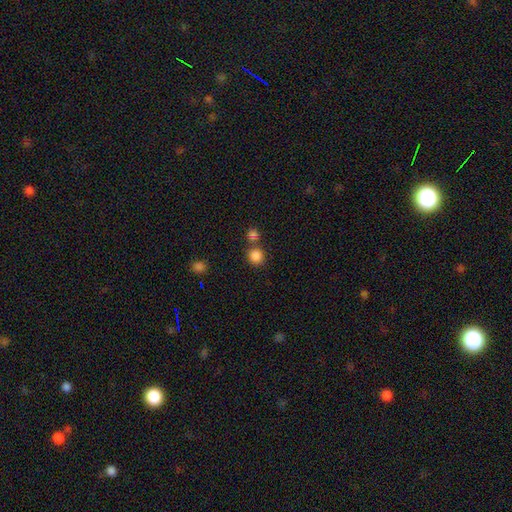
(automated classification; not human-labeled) A smooth galaxy with no disk features (84%) that is round (89%). Merging: none (69%).